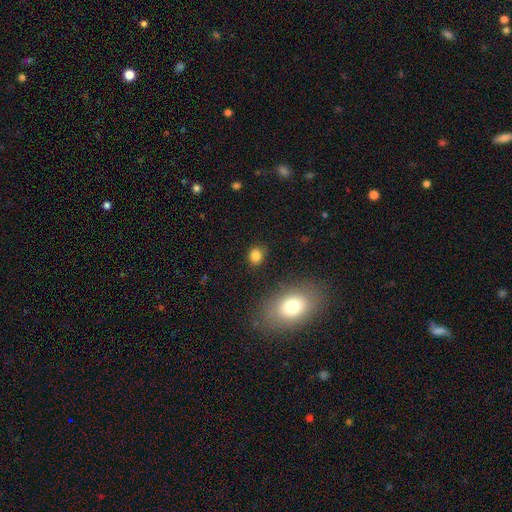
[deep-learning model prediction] A smooth galaxy with no disk features (83%) that is round (70%). Merging: none (85%).